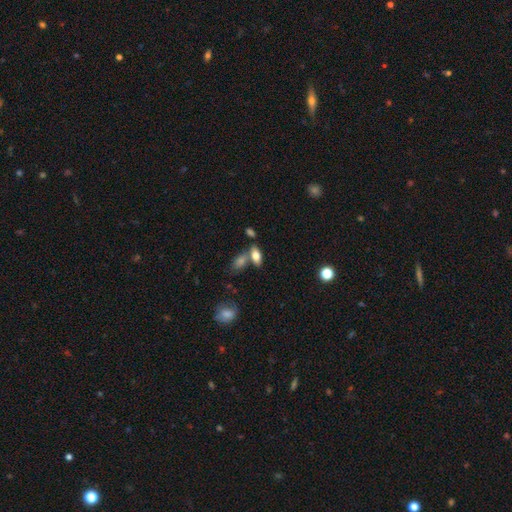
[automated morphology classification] Smooth or featured?
  - smooth: 72% *
  - featured or disk: 19%
  - star or artifact: 9%
How rounded?
  - in between: 83% *
  - cigar-shaped: 13%
  - round: 4%
Merging?
  - none: 61% *
  - merger: 22%
  - minor disturbance: 13%
  - major disturbance: 4%